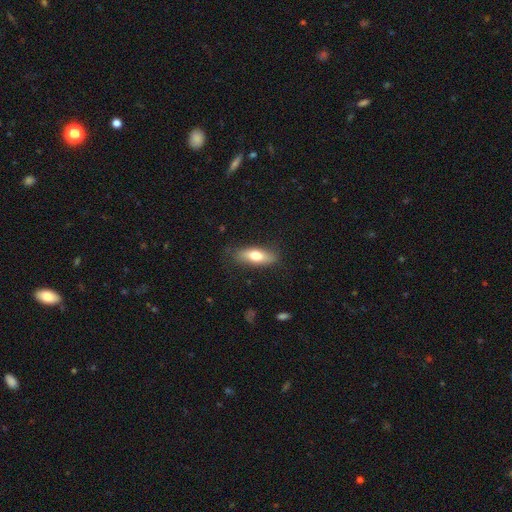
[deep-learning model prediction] This appears to be a smooth galaxy with no disk features (69%) that is in between round and cigar-shaped (65%). Merging: none (80%).